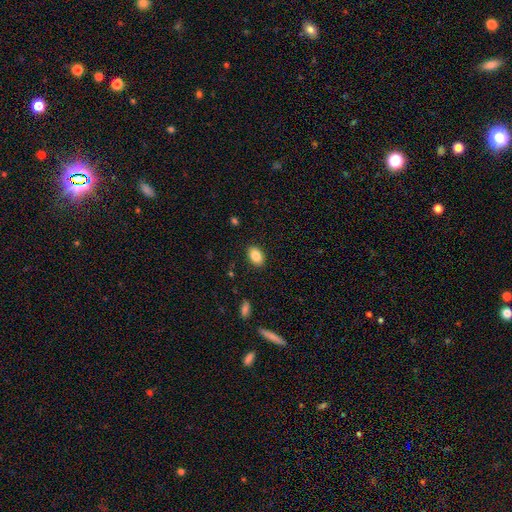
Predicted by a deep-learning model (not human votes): This appears to be a smooth galaxy with no disk features (86%) that is in between round and cigar-shaped (86%). Merging: none (88%).